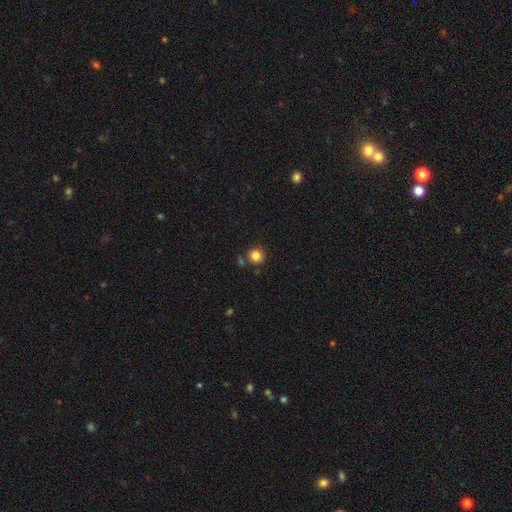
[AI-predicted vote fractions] Overall: smooth (84%). How rounded: round (93%). Merging: none (82%).